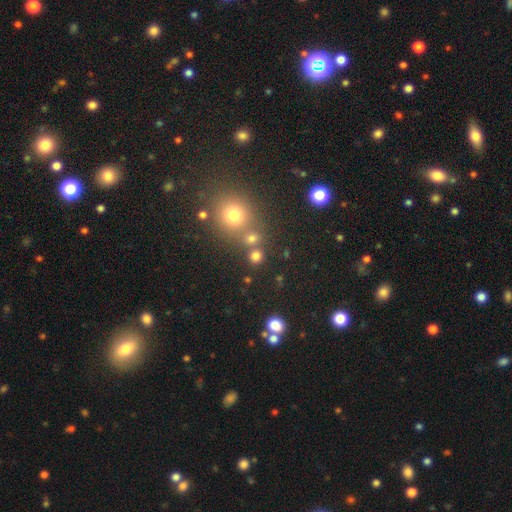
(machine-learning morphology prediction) Smooth or featured? smooth (75%)
How rounded? round (87%)
Merging? none (72%)